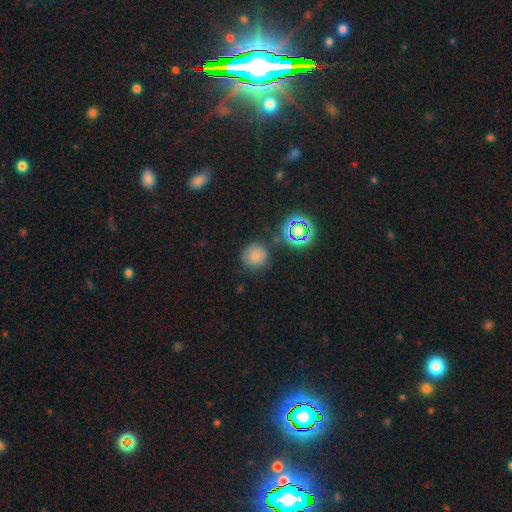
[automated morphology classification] Smooth or featured? smooth (73%)
How rounded? round (92%)
Merging? none (77%)